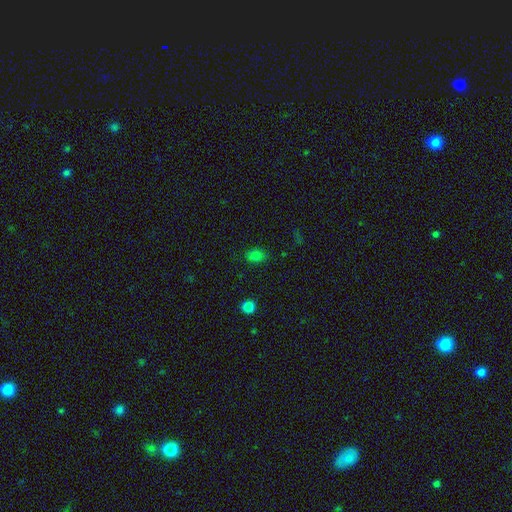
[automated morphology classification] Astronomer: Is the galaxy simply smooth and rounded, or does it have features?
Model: smooth — 79%.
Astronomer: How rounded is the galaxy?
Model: in between — 69%.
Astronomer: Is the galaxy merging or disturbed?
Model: none — 83%.